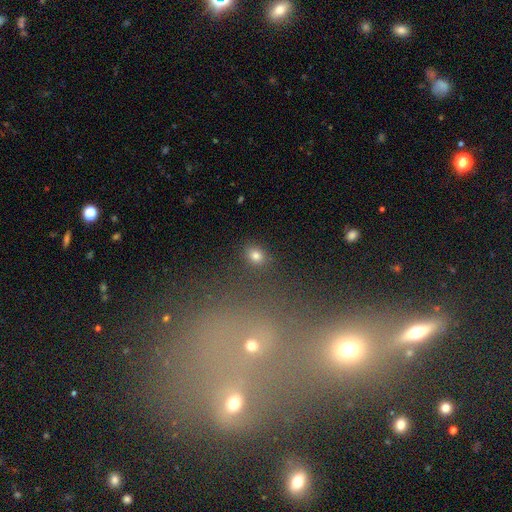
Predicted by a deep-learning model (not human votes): Smooth or featured? smooth (79%)
How rounded? in between (51%)
Merging? none (85%)